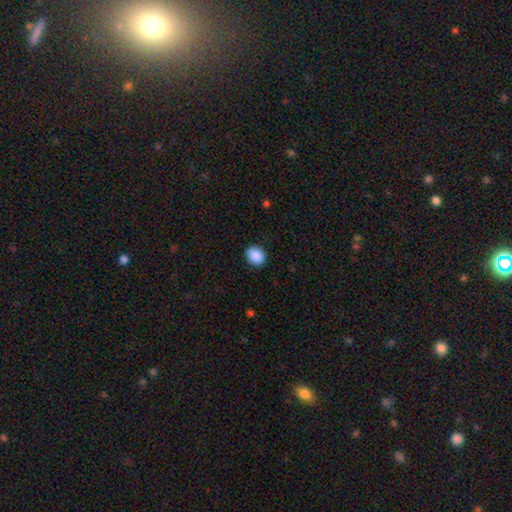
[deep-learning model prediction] This appears to be a smooth galaxy with no disk features (90%) that is in between round and cigar-shaped (61%). Merging: none (88%).